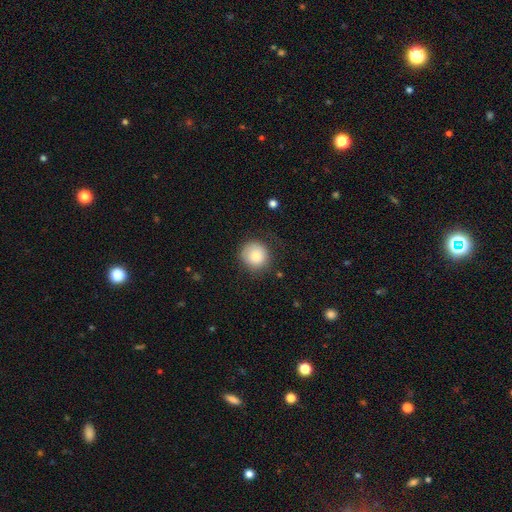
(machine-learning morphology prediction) This is likely a smooth galaxy (78%). How rounded: clearly round (91%). Merging: likely none (75%).